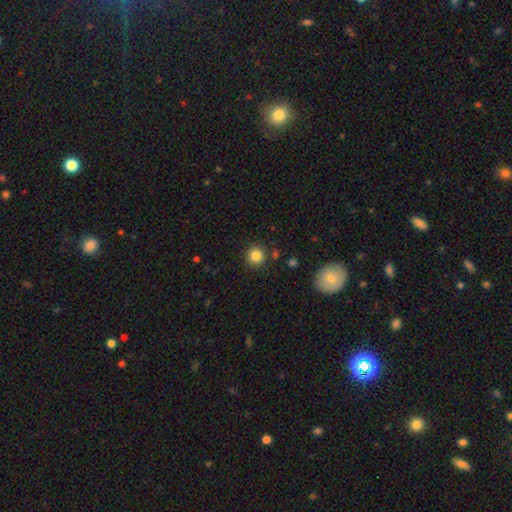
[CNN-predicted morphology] Smooth or featured?
  - smooth: 84% *
  - star or artifact: 11%
  - featured or disk: 5%
How rounded?
  - round: 94% *
  - in between: 5%
  - cigar-shaped: 1%
Merging?
  - none: 88% *
  - minor disturbance: 7%
  - merger: 3%
  - major disturbance: 2%